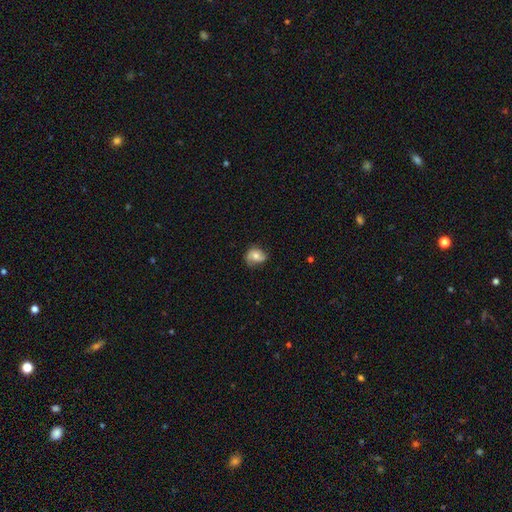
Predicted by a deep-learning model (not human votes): smooth-or-featured: smooth: 50% | featured or disk: 42% | star or artifact: 8%
  merging: none: 56% | minor disturbance: 31% | major disturbance: 12% | merger: 2%